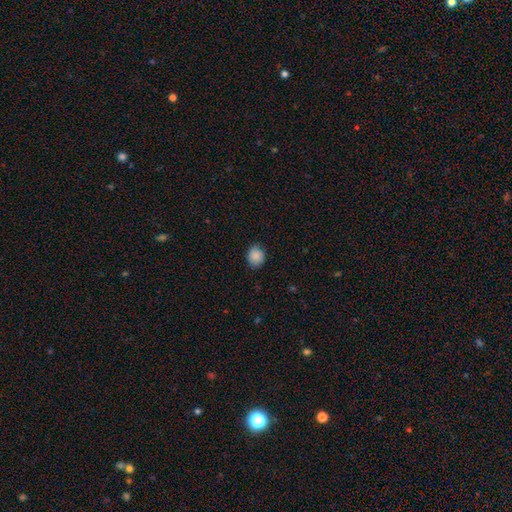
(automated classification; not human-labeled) Morphology: type=smooth (88%); roundness=round (64%); merging=none (80%).